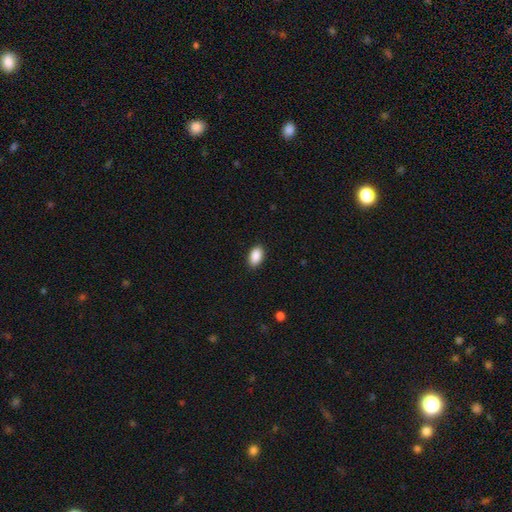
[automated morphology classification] Overall: smooth (90%). How rounded: in between (93%). Merging: none (88%).